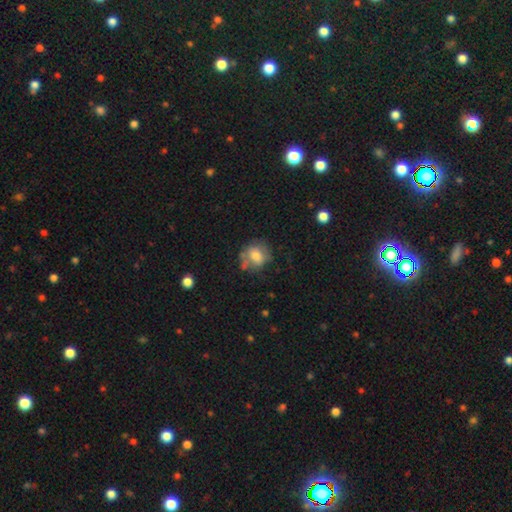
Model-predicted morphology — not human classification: This appears to be a smooth galaxy with no disk features (68%) that is round (73%). Merging: none (57%).